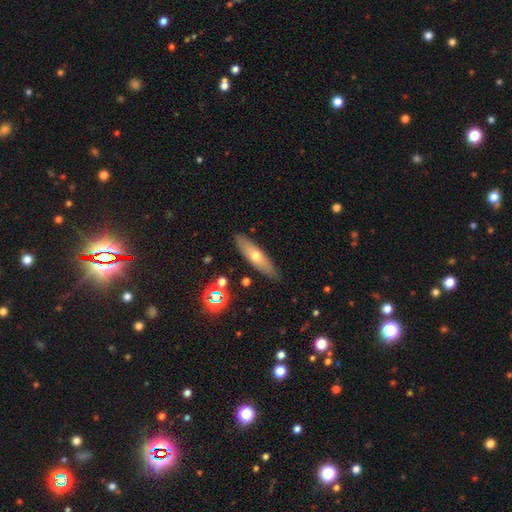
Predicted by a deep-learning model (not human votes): smooth 51%, featured or disk 41%, star or artifact 8%. Down the decision tree: how rounded — cigar-shaped (64%); merging — none (85%).